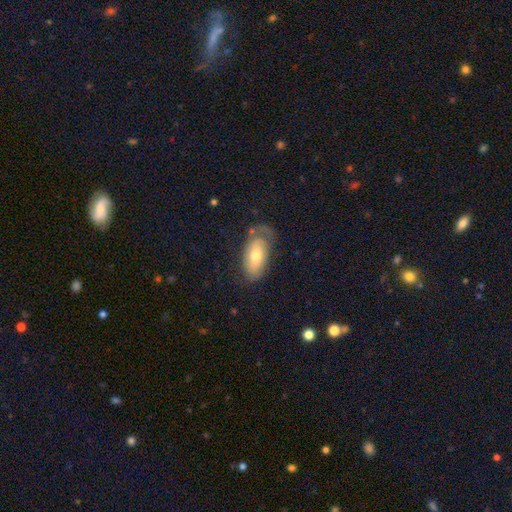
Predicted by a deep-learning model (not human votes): Smooth or featured? smooth (58%)
How rounded? in between (89%)
Merging? none (51%)